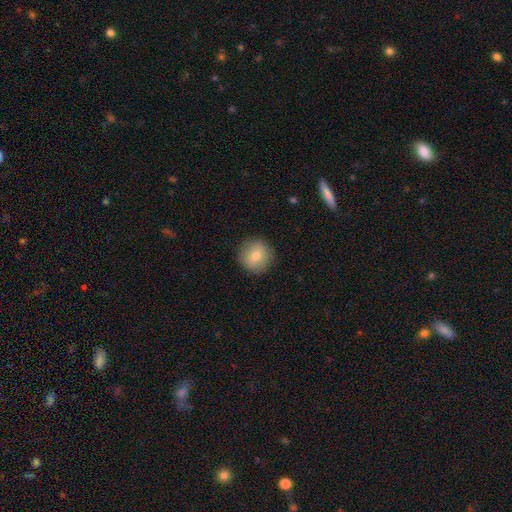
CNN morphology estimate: A smooth galaxy with no disk features (76%) that is round (94%). Merging: none (90%).